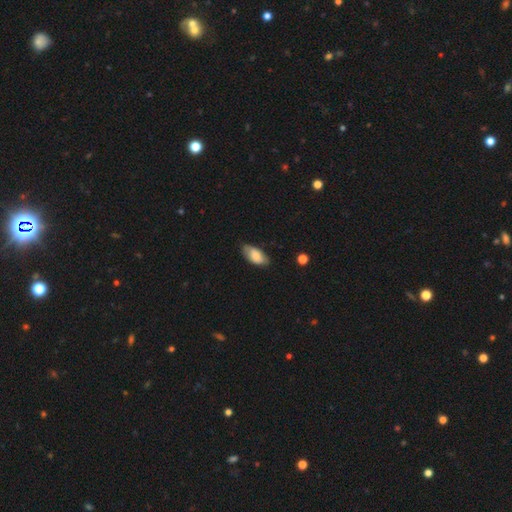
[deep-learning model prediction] A smooth galaxy with no disk features (77%) that is in between round and cigar-shaped (92%). Merging: none (71%).